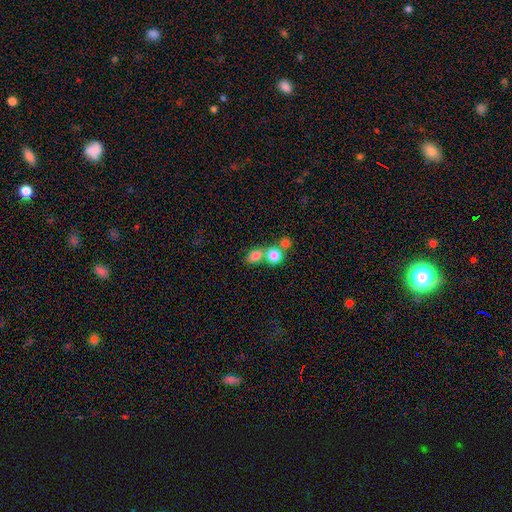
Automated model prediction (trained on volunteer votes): smooth 80%, star or artifact 11%, featured or disk 9%. Down the decision tree: how rounded — in between (53%); merging — merger (50%).